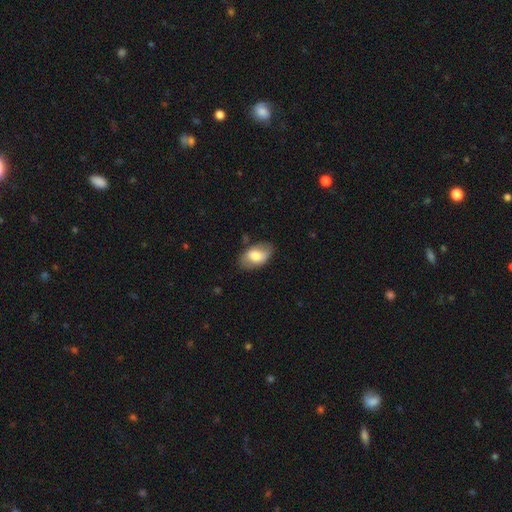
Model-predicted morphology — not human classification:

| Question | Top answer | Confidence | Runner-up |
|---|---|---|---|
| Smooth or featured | smooth | 67% | featured or disk (26%) |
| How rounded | in between | 91% | round (7%) |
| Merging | none | 75% | minor disturbance (18%) |